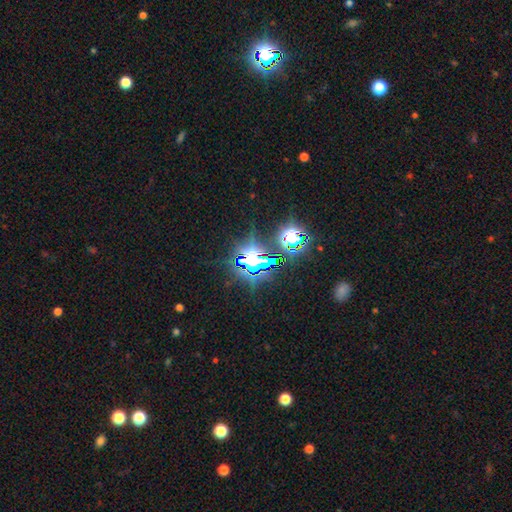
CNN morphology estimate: Smooth or featured: star or artifact — 77% (smooth — 13%)